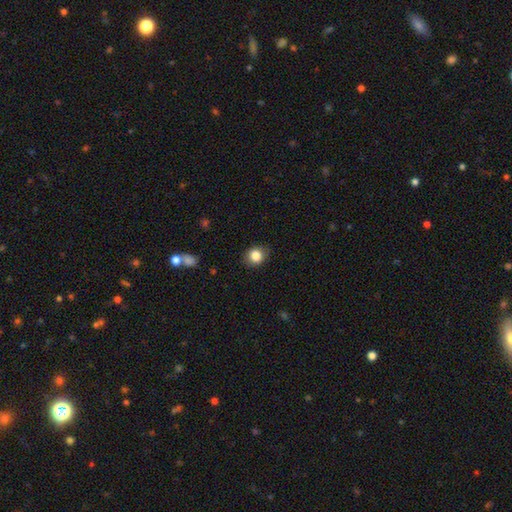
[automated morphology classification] The model was most divided on "how rounded": round: 73%, in between: 26%, cigar-shaped: 1%. More confident: merging — none (85%); smooth or featured — smooth (84%).